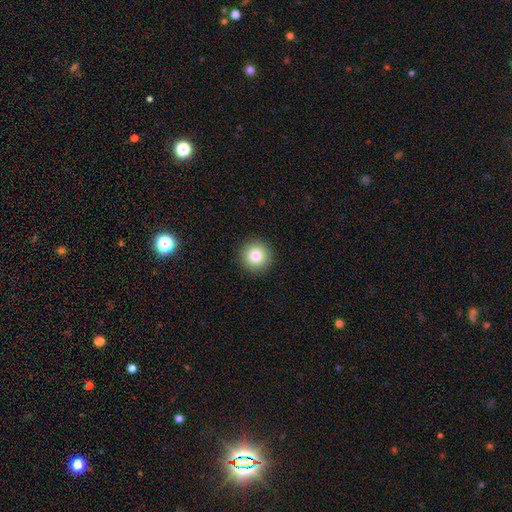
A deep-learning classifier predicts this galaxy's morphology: This is clearly a smooth galaxy (82%). How rounded: clearly round (96%). Merging: clearly none (93%).